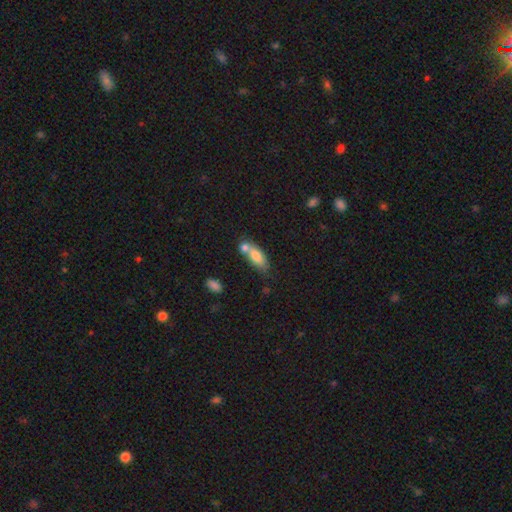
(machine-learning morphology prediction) smooth_or_featured: smooth (p=0.77) [alt: featured or disk p=0.16]
how_rounded: in between (p=0.76) [alt: cigar-shaped p=0.20]
merging: merger (p=0.42) [alt: none p=0.39]